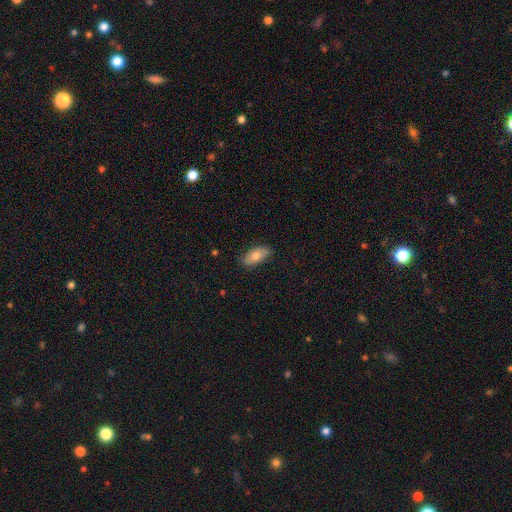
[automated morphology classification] smooth 75%, featured or disk 19%, star or artifact 6%. Down the decision tree: how rounded — in between (90%); merging — none (85%).